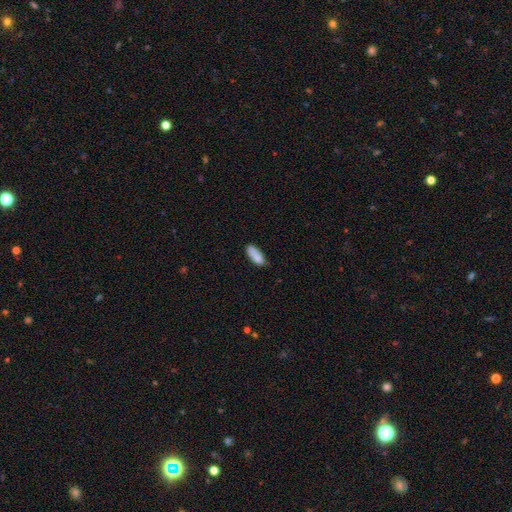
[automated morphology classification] smooth 87%, star or artifact 7%, featured or disk 6%. Down the decision tree: how rounded — in between (71%); merging — none (73%).